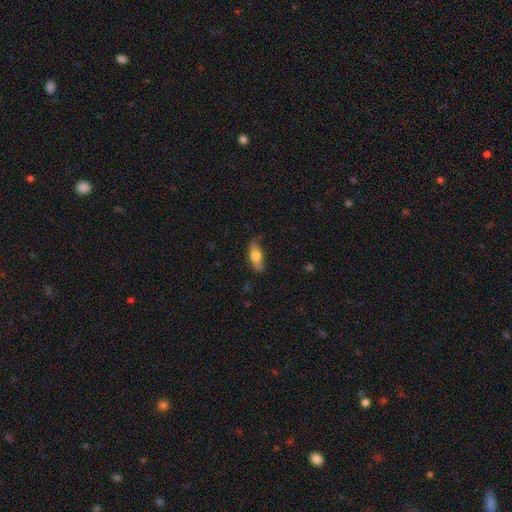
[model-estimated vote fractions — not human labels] smooth_or_featured: smooth (p=0.68) [alt: featured or disk p=0.25]
how_rounded: in between (p=0.70) [alt: cigar-shaped p=0.27]
merging: none (p=0.77) [alt: minor disturbance p=0.18]